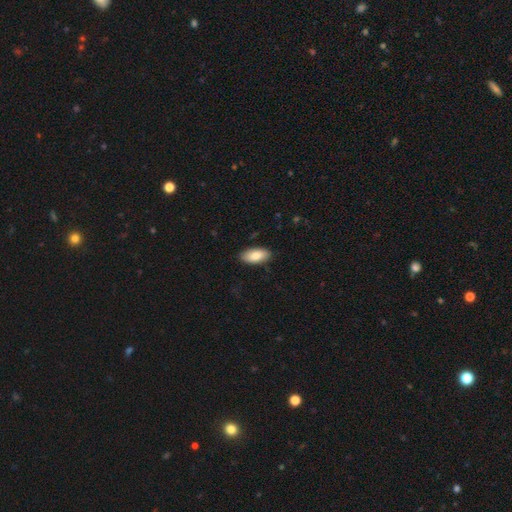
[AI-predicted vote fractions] smooth-or-featured: smooth: 83% | featured or disk: 11% | star or artifact: 6%
  how-rounded: in between: 92% | cigar-shaped: 6% | round: 2%
  merging: none: 86% | minor disturbance: 11% | major disturbance: 2% | merger: 1%